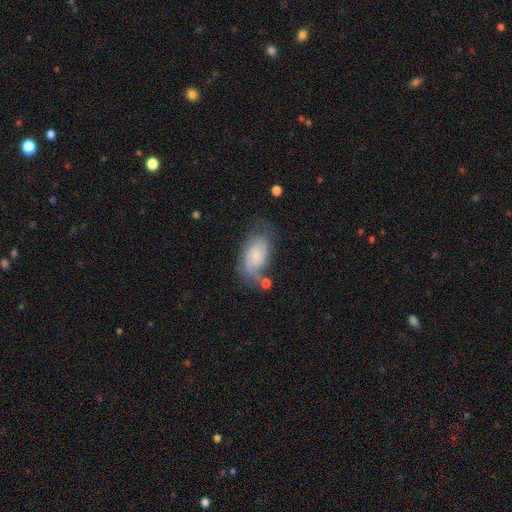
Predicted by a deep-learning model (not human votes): Smooth or featured? featured or disk (57%)
Edge-on disk? no (96%)
Bar? no (70%)
Spiral arms? yes (85%)
Bulge size? small (67%)
Merging? none (50%)